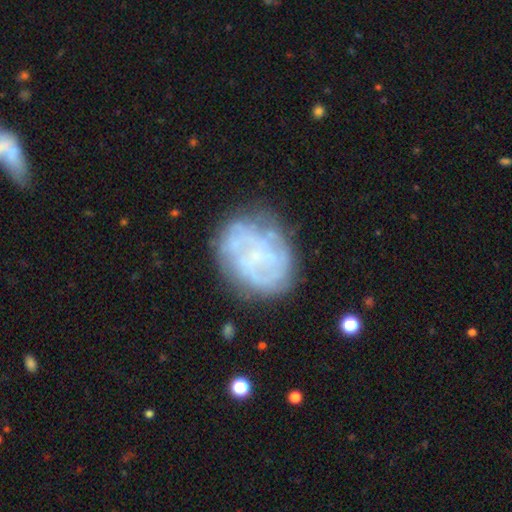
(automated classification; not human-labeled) smooth-or-featured: featured or disk: 66% | smooth: 25% | star or artifact: 9%
  disk-edge-on: no: 98% | yes: 2%
    bar: no: 73% | weak: 21% | strong: 6%
    has-spiral-arms: yes: 56% | no: 44%
    bulge-size: none: 54% | small: 32% | moderate: 10% | large: 2% | dominant: 1%
  merging: none: 64% | minor disturbance: 21% | major disturbance: 12% | merger: 3%